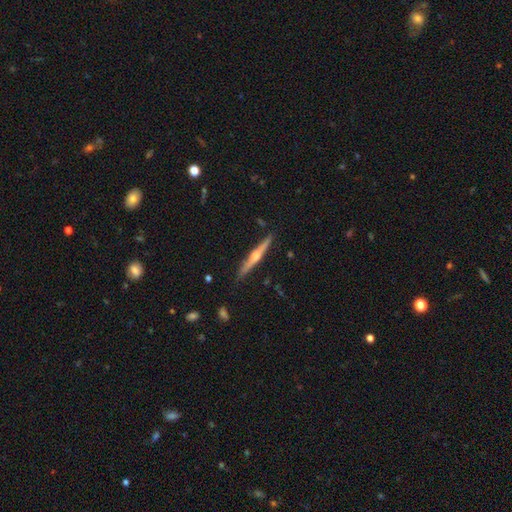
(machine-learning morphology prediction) A featured or disk galaxy (72%) viewed edge-on (98%) with a rounded central bulge (91%).

Vote fractions:
- Smooth or featured? featured or disk: 72% / smooth: 22% / star or artifact: 6%
- Edge-on disk? yes: 98% / no: 2%
- Edge-on bulge? rounded: 91% / none: 5% / boxy: 4%
- Merging? none: 88% / minor disturbance: 9% / major disturbance: 2% / merger: 2%